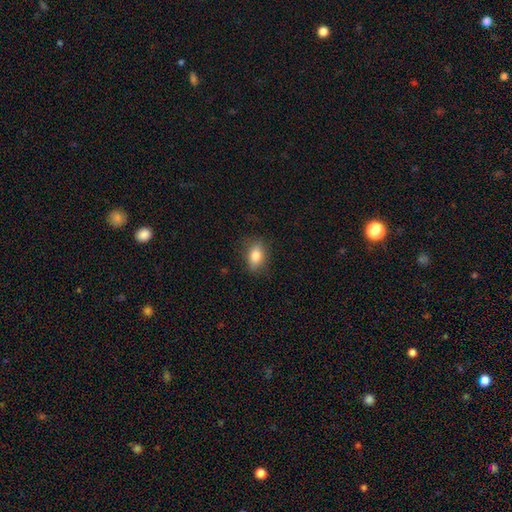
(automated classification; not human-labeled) Smooth or featured? Predicted: smooth (p=0.79). How rounded? Predicted: in between (p=0.82). Merging? Predicted: none (p=0.79).